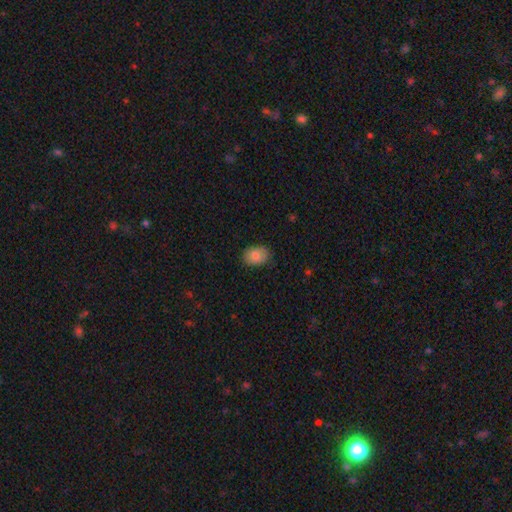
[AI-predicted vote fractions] Smooth or featured?
  - smooth: 83% *
  - featured or disk: 10%
  - star or artifact: 7%
How rounded?
  - in between: 79% *
  - round: 20%
  - cigar-shaped: 1%
Merging?
  - none: 81% *
  - minor disturbance: 15%
  - major disturbance: 3%
  - merger: 1%